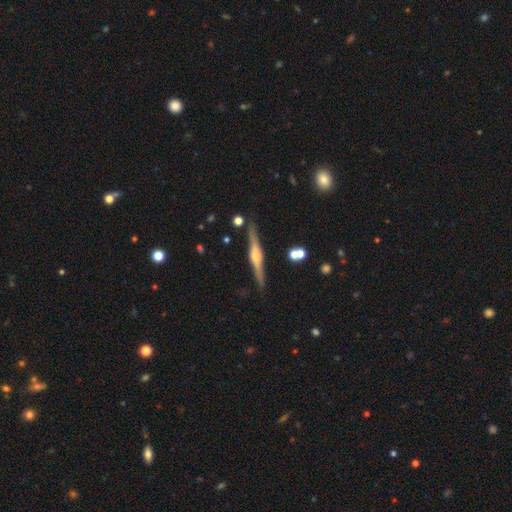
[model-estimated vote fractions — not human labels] The model was most divided on "smooth or featured": featured or disk: 78%, smooth: 16%, star or artifact: 6%. More confident: edge-on disk — yes (98%); merging — none (87%); edge-on bulge — rounded (85%).